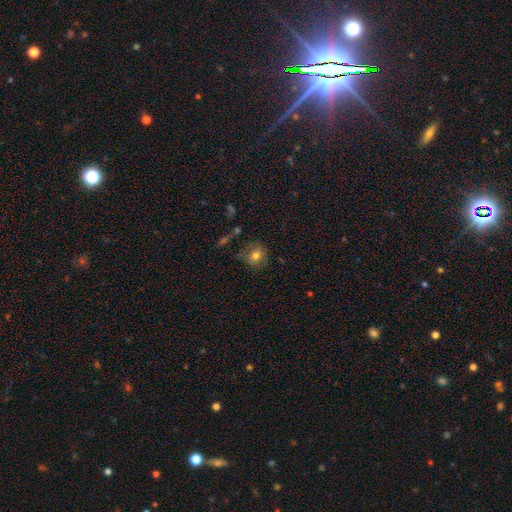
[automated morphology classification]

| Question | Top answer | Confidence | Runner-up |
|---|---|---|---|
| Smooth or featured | smooth | 72% | featured or disk (16%) |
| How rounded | round | 80% | in between (19%) |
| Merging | none | 72% | minor disturbance (18%) |